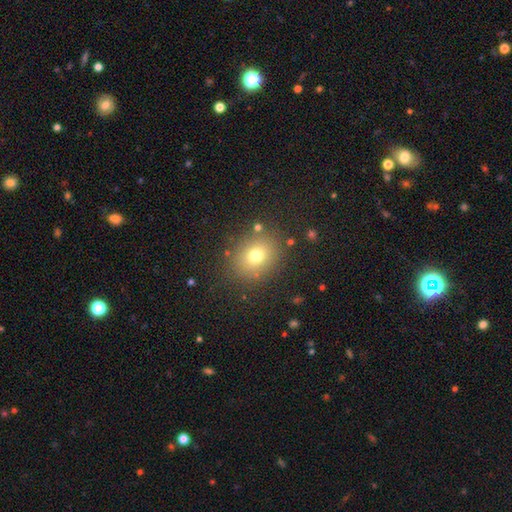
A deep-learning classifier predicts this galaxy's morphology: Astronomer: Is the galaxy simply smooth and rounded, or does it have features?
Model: smooth — 73%.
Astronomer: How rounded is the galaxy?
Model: round — 66%.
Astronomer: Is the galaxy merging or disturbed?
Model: none — 84%.